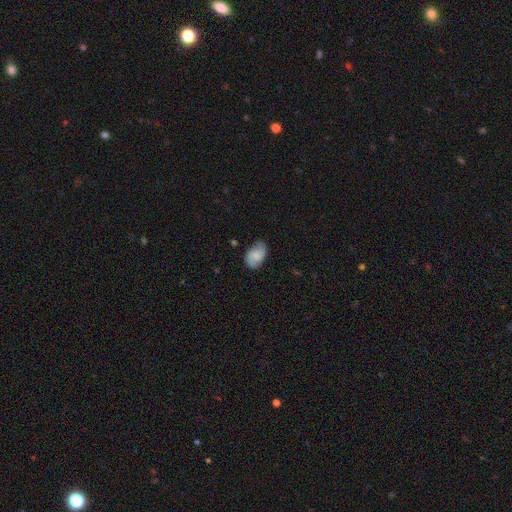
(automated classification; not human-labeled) A featured or disk galaxy (50%). Merging: none (71%).